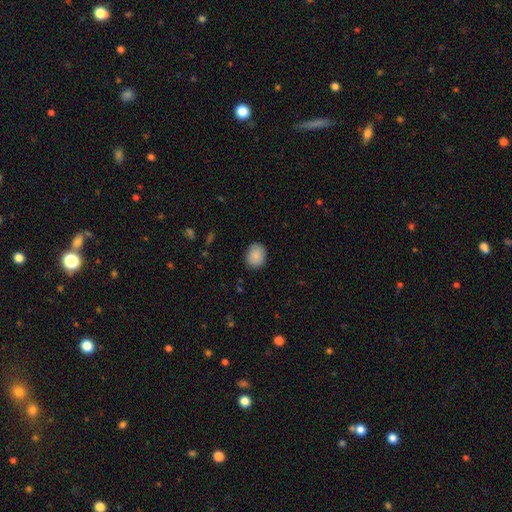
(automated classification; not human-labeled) Smooth or featured: smooth — 89% (star or artifact — 7%)
How rounded: round — 52% (in between — 47%)
Merging: none — 86% (minor disturbance — 10%)